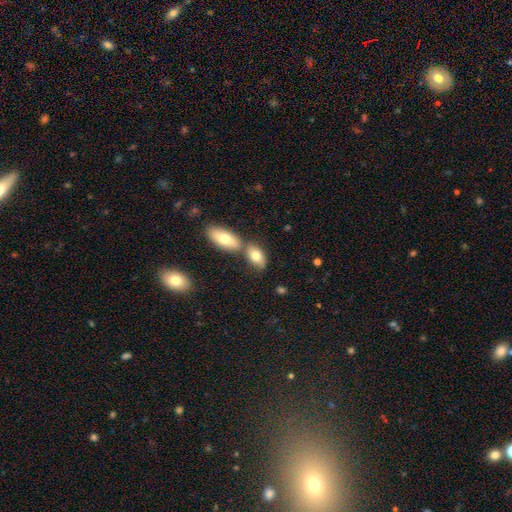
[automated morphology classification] This is likely a smooth galaxy (78%). How rounded: clearly in between (90%). Merging: possibly none (49%).